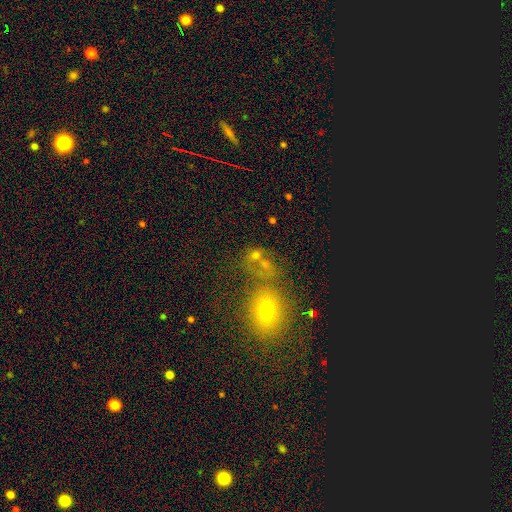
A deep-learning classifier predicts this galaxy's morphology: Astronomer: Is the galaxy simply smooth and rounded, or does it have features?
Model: smooth — 56%.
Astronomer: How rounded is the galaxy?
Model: round — 53% (runner-up: in between, 45%).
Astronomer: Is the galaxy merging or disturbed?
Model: merger — 41% (runner-up: none, 38%).